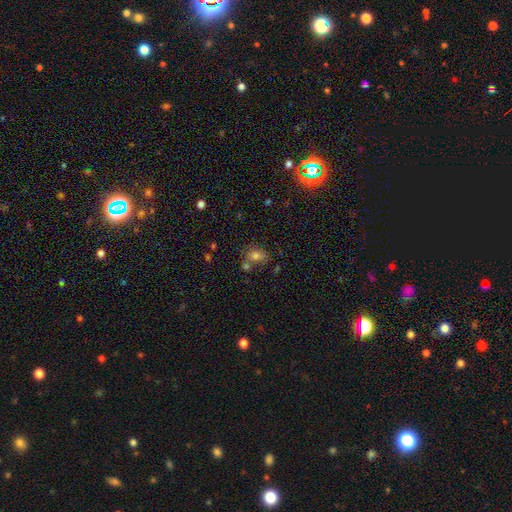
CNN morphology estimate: Q: Smooth or featured?
A: smooth (72%); runner-up: star or artifact (15%)
Q: How rounded?
A: in between (54%); runner-up: round (45%)
Q: Merging?
A: none (50%); runner-up: merger (26%)